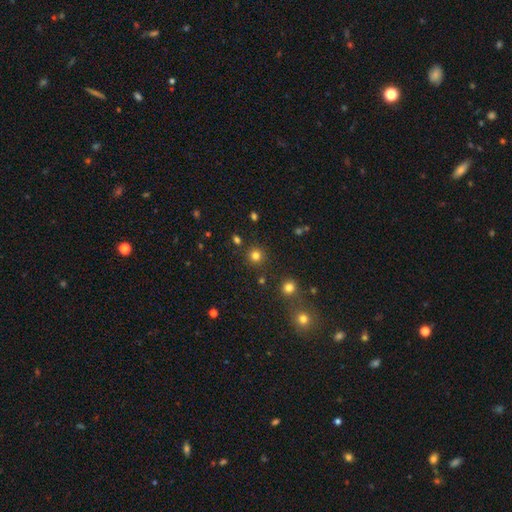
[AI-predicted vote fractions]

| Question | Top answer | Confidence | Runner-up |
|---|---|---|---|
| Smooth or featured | smooth | 78% | star or artifact (17%) |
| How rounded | round | 94% | in between (5%) |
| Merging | none | 89% | minor disturbance (6%) |